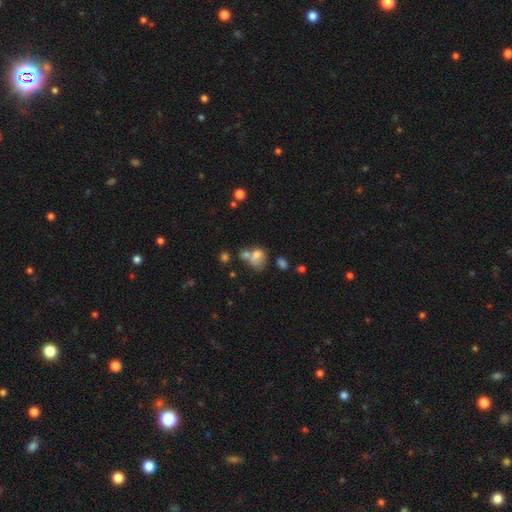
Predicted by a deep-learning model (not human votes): Q: Smooth or featured?
A: smooth (68%); runner-up: featured or disk (19%)
Q: How rounded?
A: in between (59%); runner-up: round (39%)
Q: Merging?
A: merger (48%); runner-up: none (26%)